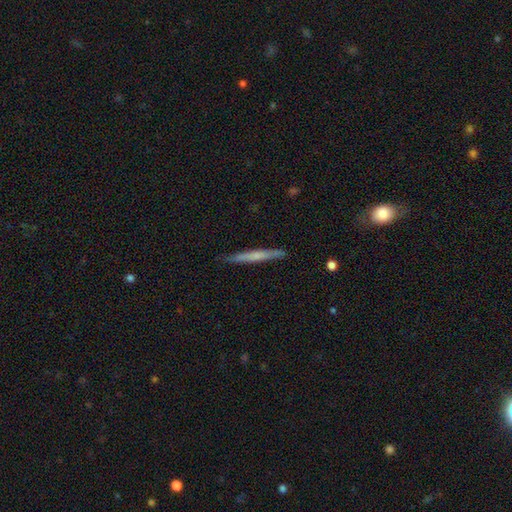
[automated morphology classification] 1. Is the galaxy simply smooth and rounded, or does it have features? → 50% smooth, 44% featured or disk, 6% star or artifact.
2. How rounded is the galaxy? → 96% cigar-shaped, 2% in between, 1% round.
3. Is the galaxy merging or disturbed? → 88% none, 9% minor disturbance, 2% major disturbance, 1% merger.